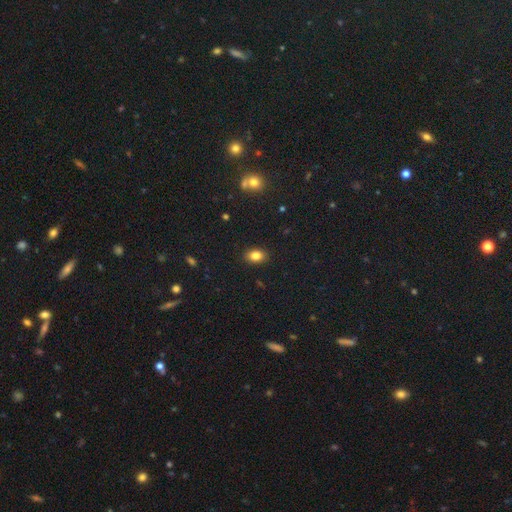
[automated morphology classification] Smooth or featured?
  - smooth: 83% *
  - star or artifact: 10%
  - featured or disk: 7%
How rounded?
  - in between: 79% *
  - round: 20%
  - cigar-shaped: 1%
Merging?
  - none: 89% *
  - minor disturbance: 8%
  - major disturbance: 2%
  - merger: 1%